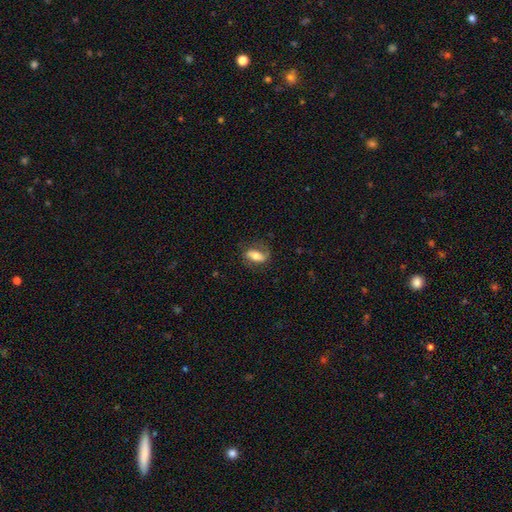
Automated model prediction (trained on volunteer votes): Q: Smooth or featured?
A: smooth (54%); runner-up: featured or disk (39%)
Q: How rounded?
A: in between (79%); runner-up: cigar-shaped (15%)
Q: Merging?
A: none (68%); runner-up: minor disturbance (20%)